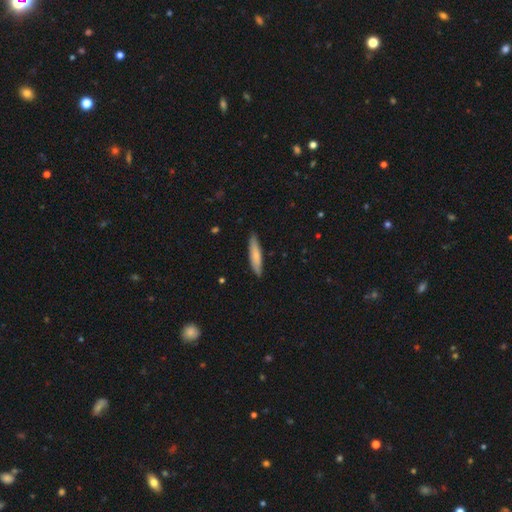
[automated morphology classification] Smooth or featured? smooth (74%)
How rounded? cigar-shaped (85%)
Merging? none (87%)